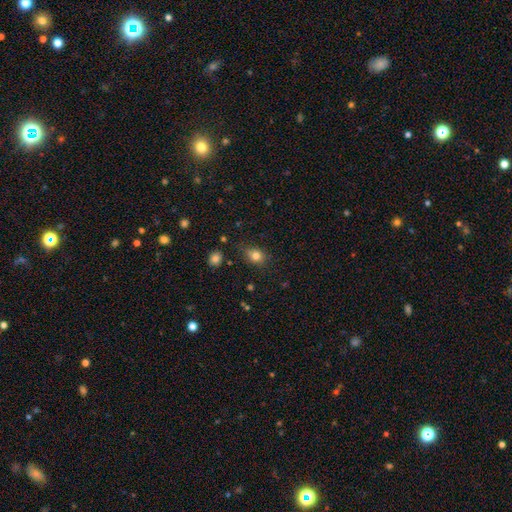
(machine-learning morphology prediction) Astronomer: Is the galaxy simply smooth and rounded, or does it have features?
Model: smooth — 80%.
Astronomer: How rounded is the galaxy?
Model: round — 49%, tied with in between at 49%.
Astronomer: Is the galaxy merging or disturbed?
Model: none — 72%.